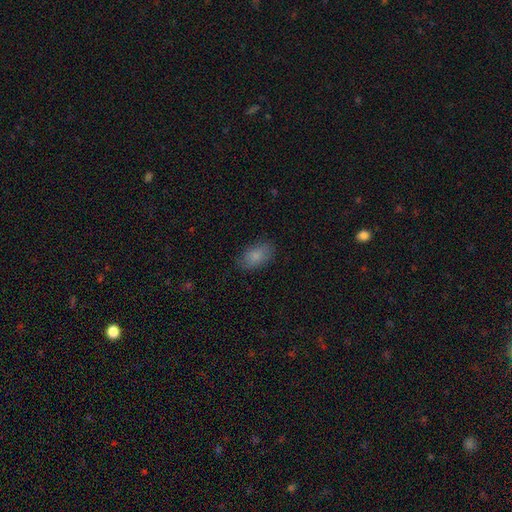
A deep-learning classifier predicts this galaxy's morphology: A smooth galaxy with no disk features (82%) that is in between round and cigar-shaped (91%). Merging: none (81%).